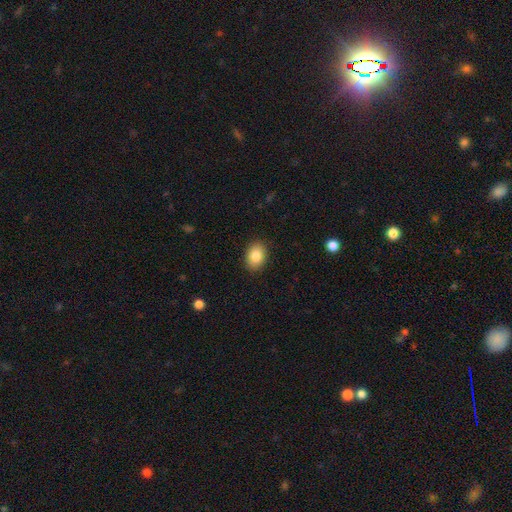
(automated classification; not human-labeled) Smooth or featured? smooth (85%)
How rounded? in between (76%)
Merging? none (89%)